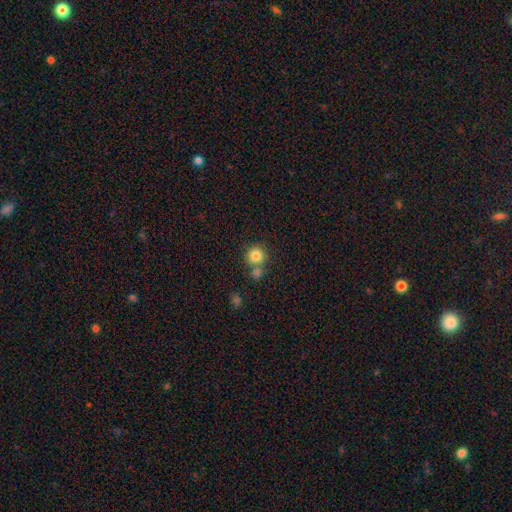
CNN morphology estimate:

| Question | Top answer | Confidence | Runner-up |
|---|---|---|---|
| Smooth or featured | smooth | 83% | star or artifact (11%) |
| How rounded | round | 92% | in between (7%) |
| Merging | none | 64% | merger (24%) |